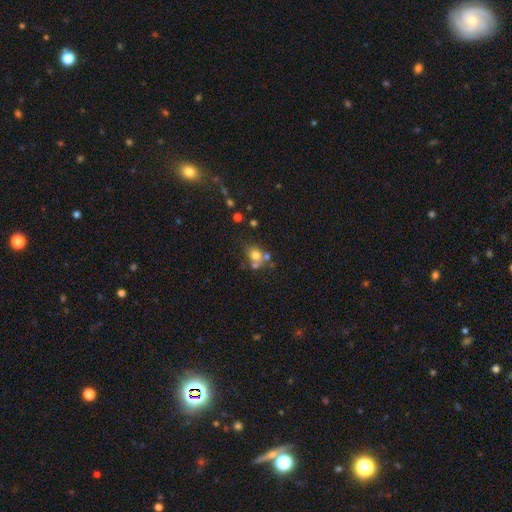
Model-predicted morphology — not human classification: A smooth galaxy with no disk features (69%) that is round (60%). Merging: none (46%).